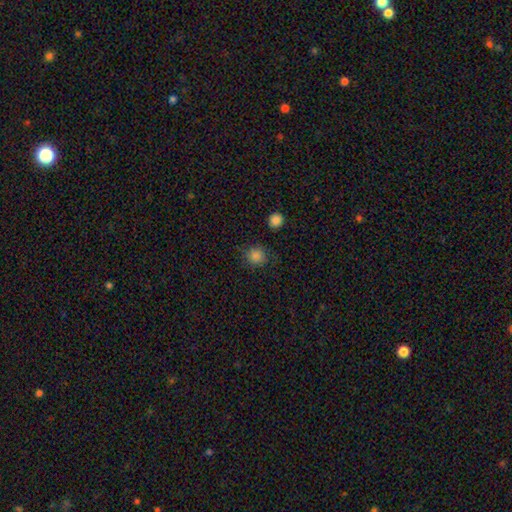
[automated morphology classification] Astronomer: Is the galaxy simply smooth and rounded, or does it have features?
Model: smooth — 84%.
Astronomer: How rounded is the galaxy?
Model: round — 89%.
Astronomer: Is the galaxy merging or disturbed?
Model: none — 83%.